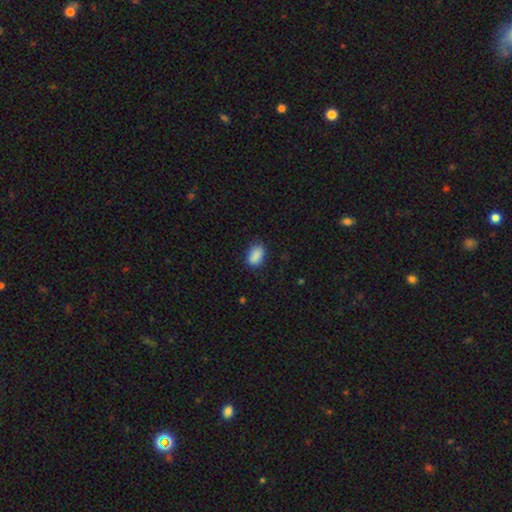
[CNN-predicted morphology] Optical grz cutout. It shows a smooth galaxy with no disk features (88%) that is in between round and cigar-shaped (89%). Merging: none (78%).